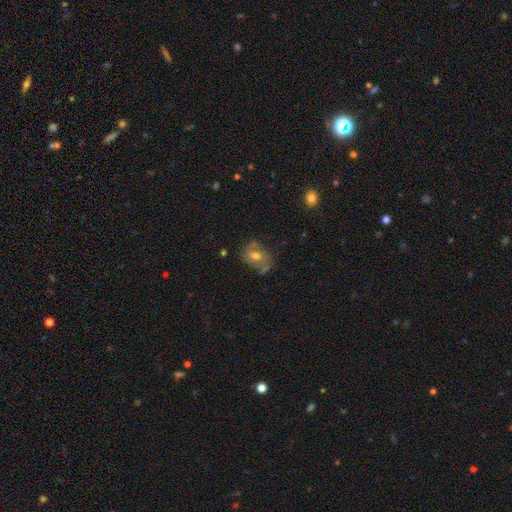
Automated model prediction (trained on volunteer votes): Smooth or featured? Predicted: smooth (p=0.55). How rounded? Predicted: in between (p=0.65). Merging? Predicted: none (p=0.54).